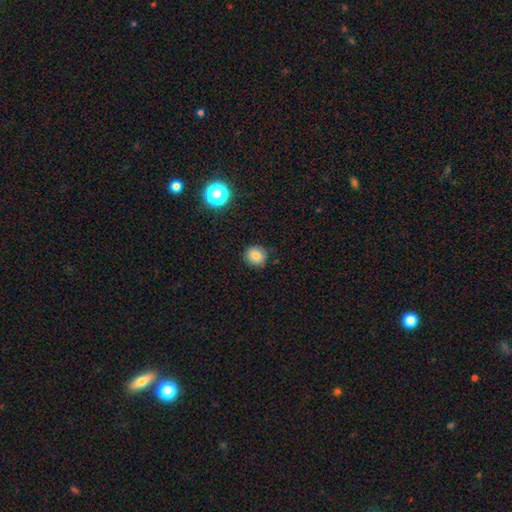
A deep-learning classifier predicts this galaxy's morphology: A smooth galaxy with no disk features (82%) that is round (85%).

Vote fractions:
- Smooth or featured? smooth: 82% / star or artifact: 12% / featured or disk: 6%
- How rounded? round: 85% / in between: 14% / cigar-shaped: 1%
- Merging? none: 86% / minor disturbance: 10% / major disturbance: 2% / merger: 1%